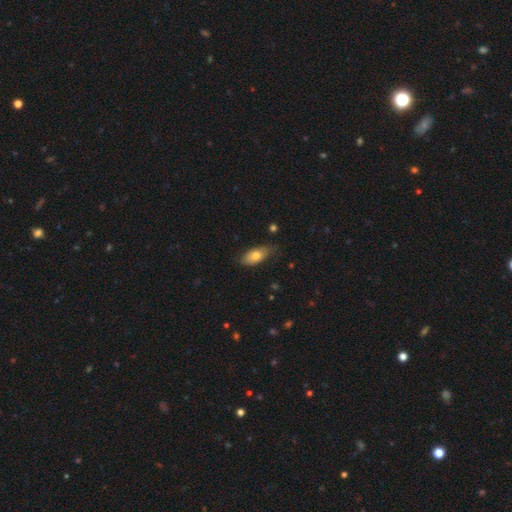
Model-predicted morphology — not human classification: smooth 75%, featured or disk 18%, star or artifact 7%. Down the decision tree: how rounded — in between (89%); merging — none (71%).